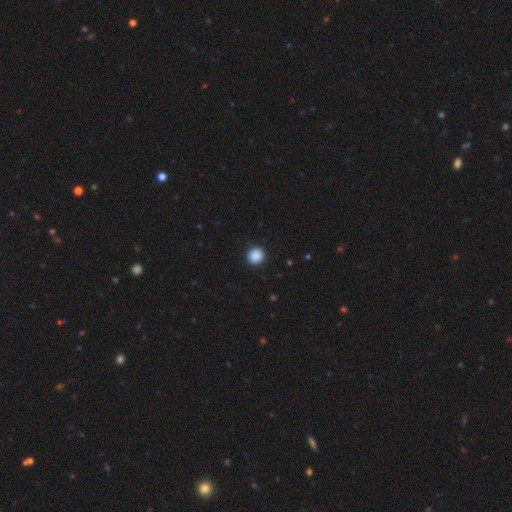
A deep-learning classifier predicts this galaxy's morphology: smooth_or_featured: smooth (p=0.88) [alt: star or artifact p=0.09]
how_rounded: round (p=0.91) [alt: in between p=0.08]
merging: none (p=0.92) [alt: minor disturbance p=0.05]